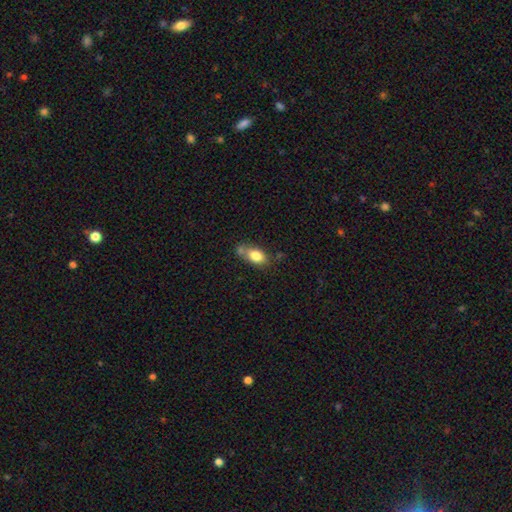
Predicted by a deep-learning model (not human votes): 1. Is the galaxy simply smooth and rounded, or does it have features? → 80% smooth, 12% featured or disk, 8% star or artifact.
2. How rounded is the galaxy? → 83% in between, 13% round, 4% cigar-shaped.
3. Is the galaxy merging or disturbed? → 51% none, 22% minor disturbance, 21% merger, 6% major disturbance.